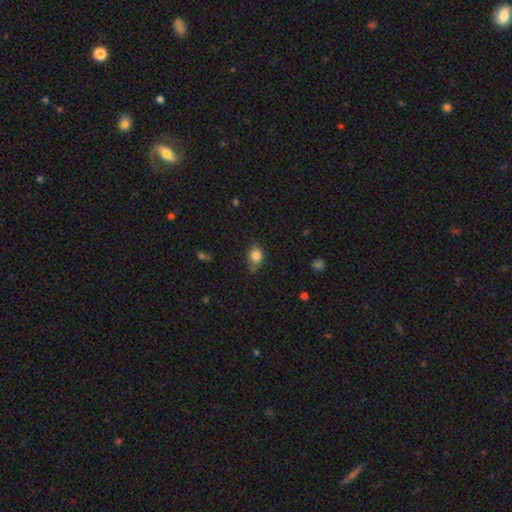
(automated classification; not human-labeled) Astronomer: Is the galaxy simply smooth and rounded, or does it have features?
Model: smooth — 83%.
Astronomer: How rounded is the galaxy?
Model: in between — 55% (runner-up: round, 43%).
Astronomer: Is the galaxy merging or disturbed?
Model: none — 62%.